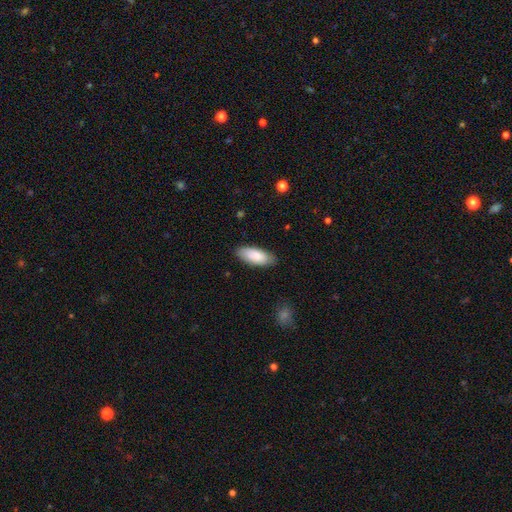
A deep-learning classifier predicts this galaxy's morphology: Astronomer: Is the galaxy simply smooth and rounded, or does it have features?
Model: smooth — 86%.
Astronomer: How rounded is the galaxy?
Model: in between — 83%.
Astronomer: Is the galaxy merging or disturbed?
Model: none — 85%.